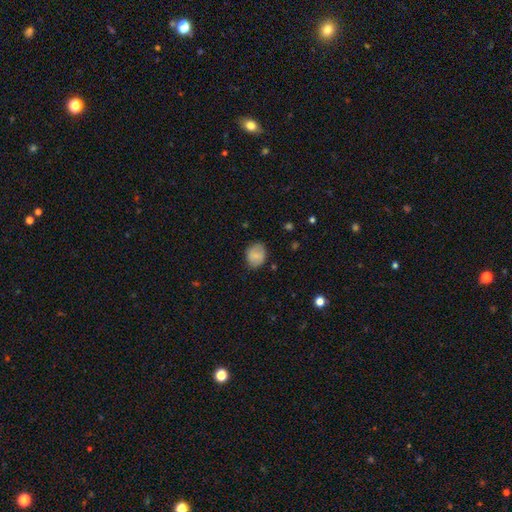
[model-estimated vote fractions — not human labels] Q: Smooth or featured?
A: smooth (78%); runner-up: featured or disk (14%)
Q: How rounded?
A: round (52%); runner-up: in between (47%)
Q: Merging?
A: none (78%); runner-up: minor disturbance (17%)